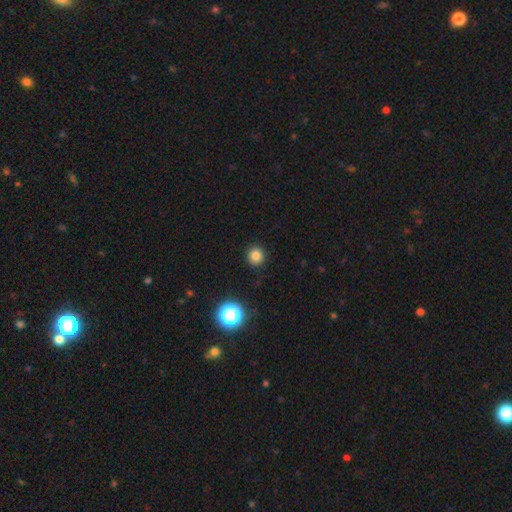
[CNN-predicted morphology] smooth-or-featured: smooth: 81% | star or artifact: 14% | featured or disk: 5%
  how-rounded: round: 89% | in between: 10% | cigar-shaped: 1%
  merging: none: 91% | minor disturbance: 6% | major disturbance: 2% | merger: 1%